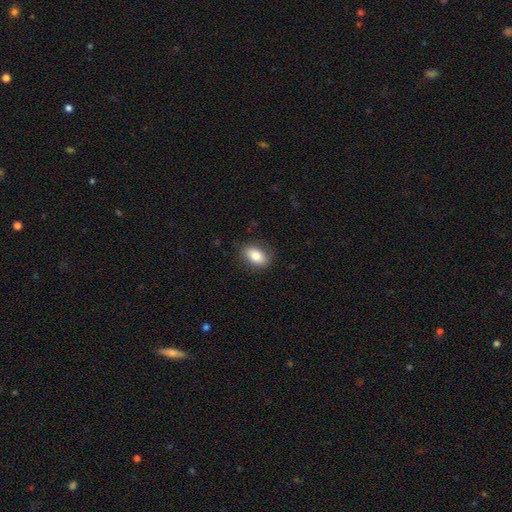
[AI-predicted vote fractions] This appears to be a smooth galaxy with no disk features (82%) that is in between round and cigar-shaped (85%). Merging: none (84%).